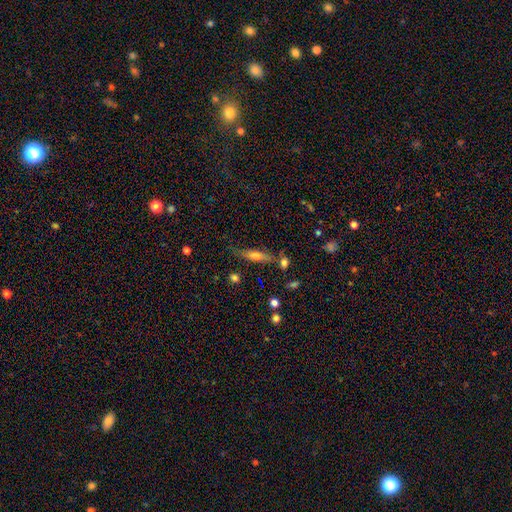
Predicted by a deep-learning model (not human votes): A smooth galaxy with no disk features (54%) that is cigar-shaped (71%).

Vote fractions:
- Smooth or featured? smooth: 54% / featured or disk: 36% / star or artifact: 10%
- How rounded? cigar-shaped: 71% / in between: 26% / round: 3%
- Merging? none: 65% / minor disturbance: 21% / merger: 8% / major disturbance: 6%